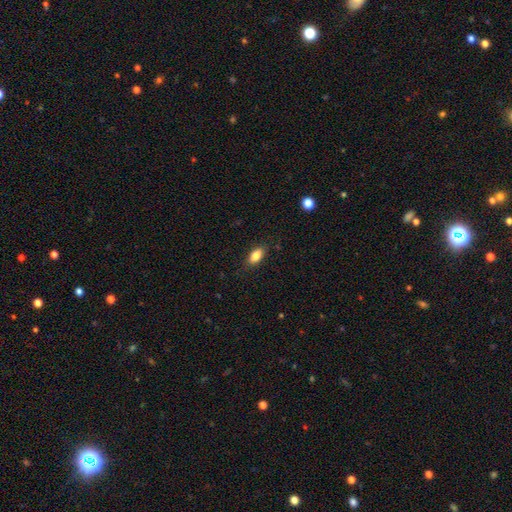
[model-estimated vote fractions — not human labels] Smooth or featured?
  - smooth: 84% *
  - star or artifact: 8%
  - featured or disk: 8%
How rounded?
  - in between: 88% *
  - round: 6%
  - cigar-shaped: 6%
Merging?
  - none: 86% *
  - minor disturbance: 11%
  - major disturbance: 3%
  - merger: 1%